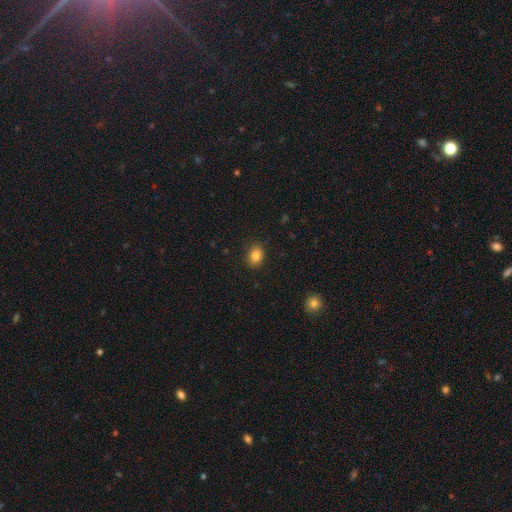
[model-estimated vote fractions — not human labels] Smooth or featured? smooth (84%)
How rounded? in between (53%)
Merging? none (88%)